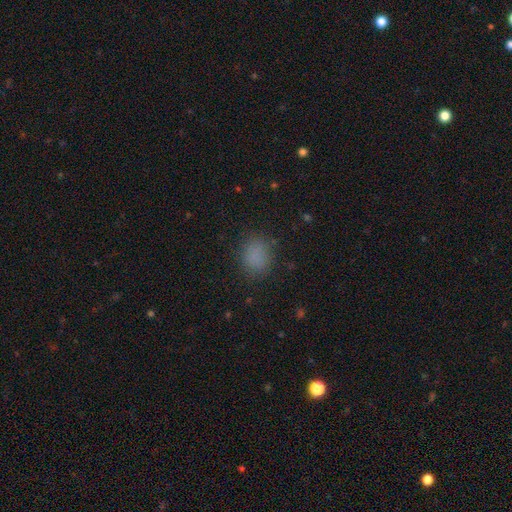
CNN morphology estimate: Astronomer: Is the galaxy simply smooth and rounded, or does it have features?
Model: smooth — 82%.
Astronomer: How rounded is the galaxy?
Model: round — 50% (runner-up: in between, 49%).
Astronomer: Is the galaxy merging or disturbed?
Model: none — 83%.